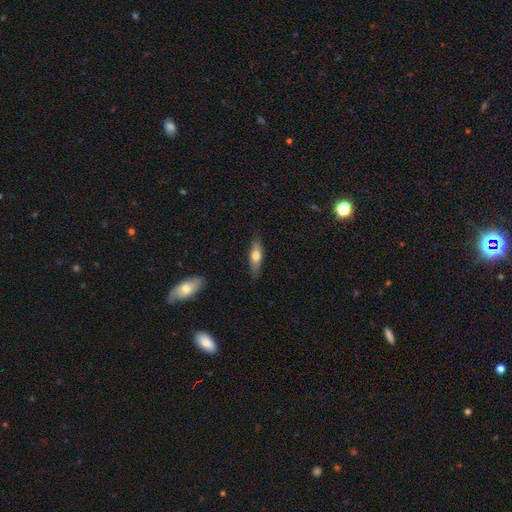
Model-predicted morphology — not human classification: Smooth or featured?
  - smooth: 61% *
  - featured or disk: 33%
  - star or artifact: 6%
How rounded?
  - cigar-shaped: 56% *
  - in between: 41%
  - round: 3%
Merging?
  - none: 83% *
  - minor disturbance: 13%
  - major disturbance: 2%
  - merger: 1%